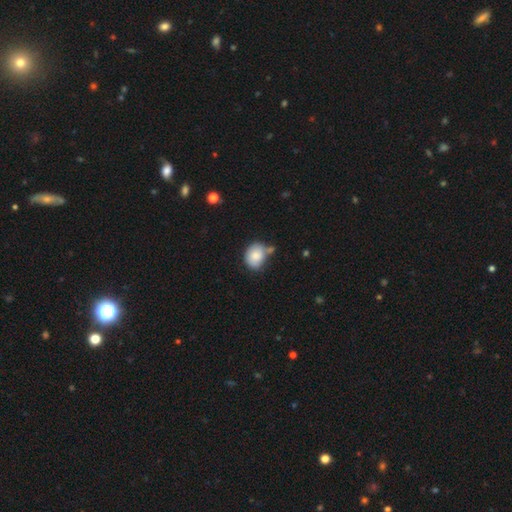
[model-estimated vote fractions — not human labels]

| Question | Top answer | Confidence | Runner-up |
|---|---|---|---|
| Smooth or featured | smooth | 84% | featured or disk (8%) |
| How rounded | in between | 50% | round (49%) |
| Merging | none | 51% | minor disturbance (25%) |